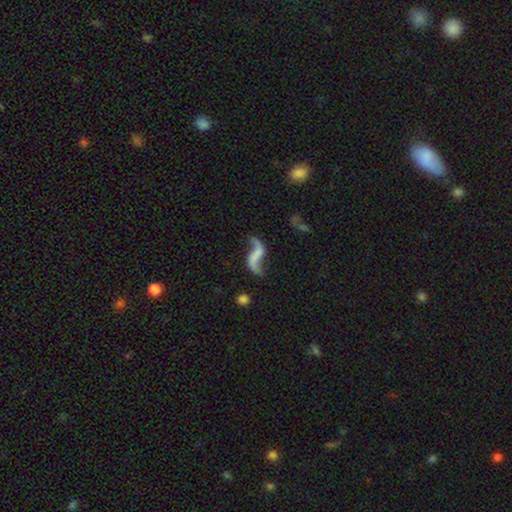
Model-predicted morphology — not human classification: Overall: featured or disk (84%). Edge-on disk: no (97%). Bar: no (41%; weak 33%). Spiral arms: yes (93%). Spiral arm count: 2 (92%). Spiral winding: loose (93%). Bulge size: none (72%). Merging: none (66%).